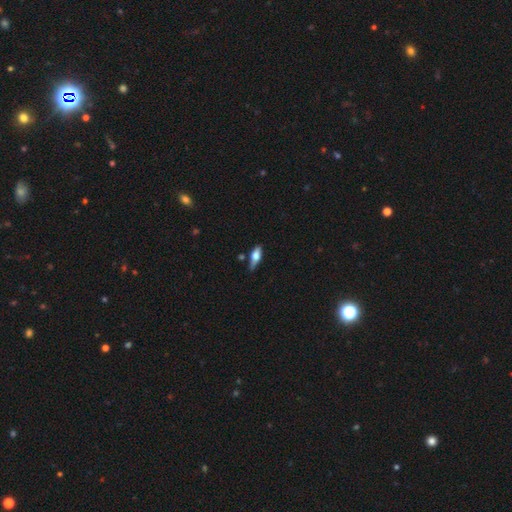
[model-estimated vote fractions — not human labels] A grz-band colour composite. It shows a smooth galaxy with no disk features (58%) that is in between round and cigar-shaped (64%). Merging: none (61%).